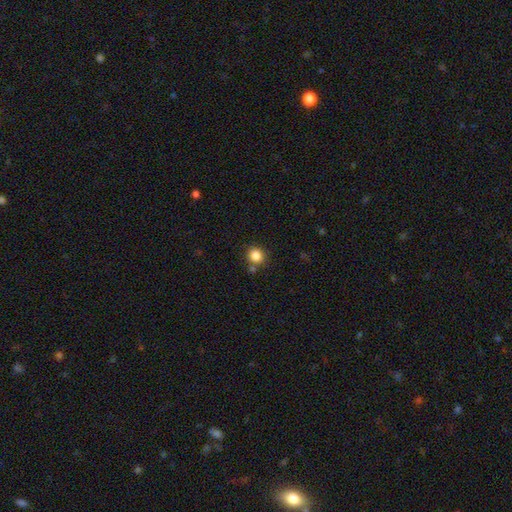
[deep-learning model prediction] The model was most divided on "merging": none: 78%, minor disturbance: 10%, merger: 10%, major disturbance: 3%. More confident: how rounded — round (90%); smooth or featured — smooth (85%).